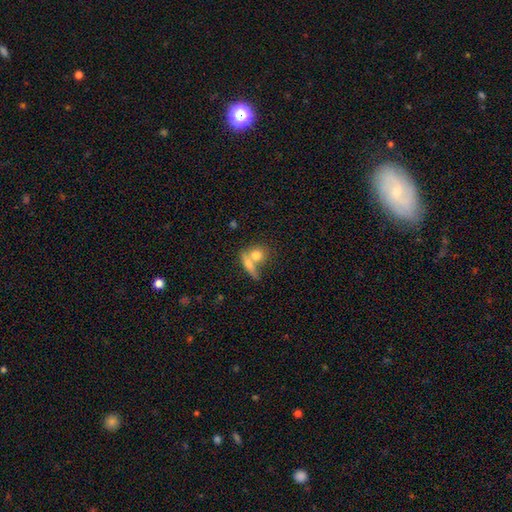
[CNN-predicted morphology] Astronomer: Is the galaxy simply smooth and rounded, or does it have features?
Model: smooth — 73%.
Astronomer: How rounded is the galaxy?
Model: round — 58% (runner-up: in between, 33%).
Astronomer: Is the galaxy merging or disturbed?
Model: merger — 52% (runner-up: none, 35%).